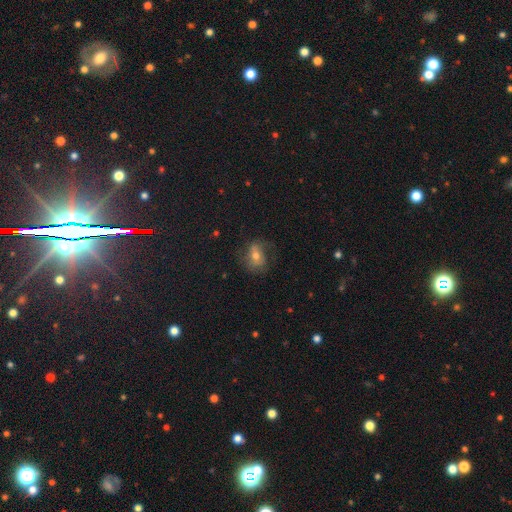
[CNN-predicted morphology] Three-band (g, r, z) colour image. It shows a smooth galaxy with no disk features (51%) that is in between round and cigar-shaped (62%). Merging: none (58%).